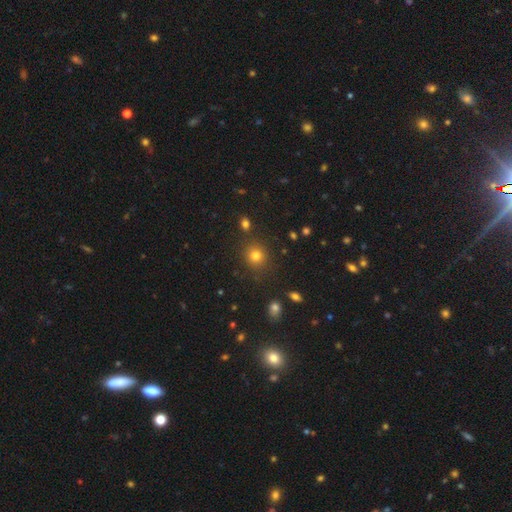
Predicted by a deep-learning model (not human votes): smooth-or-featured: smooth: 78% | star or artifact: 15% | featured or disk: 6%
  how-rounded: round: 88% | in between: 11% | cigar-shaped: 1%
  merging: none: 84% | minor disturbance: 8% | merger: 4% | major disturbance: 3%